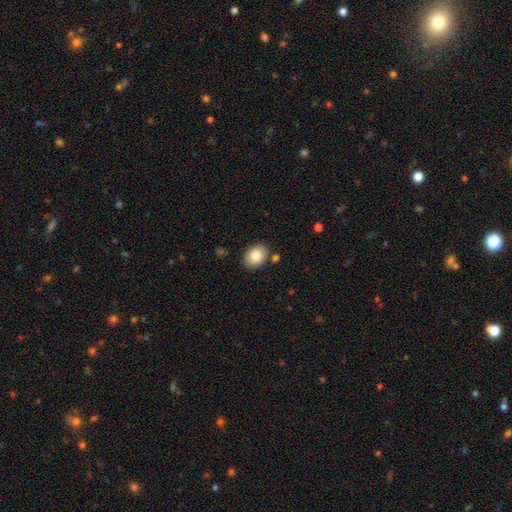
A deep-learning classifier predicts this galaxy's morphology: smooth-or-featured: smooth: 84% | featured or disk: 8% | star or artifact: 7%
  how-rounded: in between: 68% | round: 31% | cigar-shaped: 1%
  merging: none: 84% | minor disturbance: 10% | merger: 4% | major disturbance: 2%